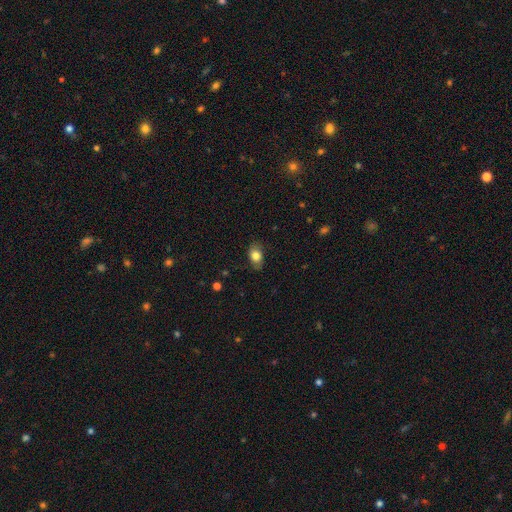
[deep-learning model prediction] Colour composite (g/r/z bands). It shows a smooth galaxy with no disk features (80%) that is in between round and cigar-shaped (83%). Merging: none (78%).